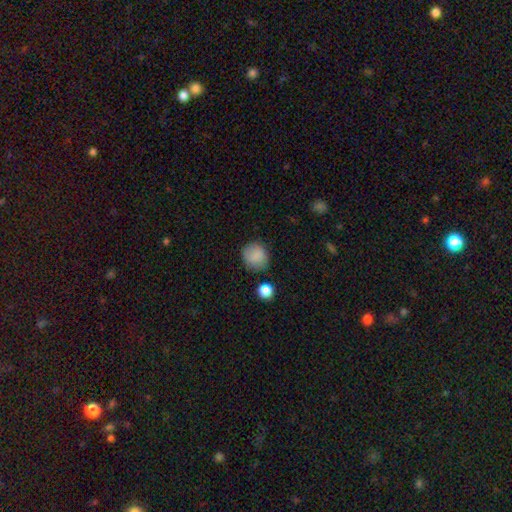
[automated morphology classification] This appears to be a smooth galaxy with no disk features (85%) that is round (85%). Merging: none (80%).